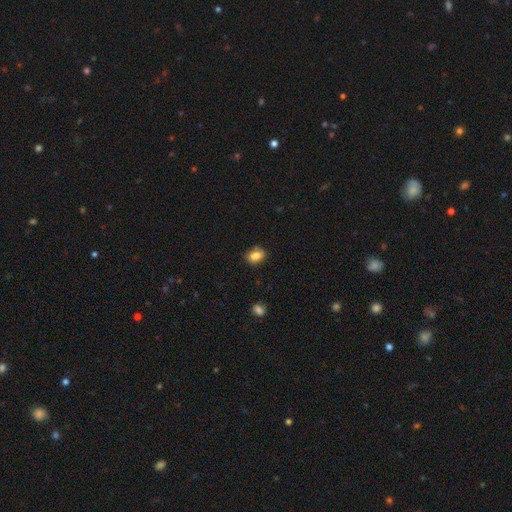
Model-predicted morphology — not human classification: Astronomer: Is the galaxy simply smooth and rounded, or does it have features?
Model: smooth — 84%.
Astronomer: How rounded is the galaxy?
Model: in between — 75%.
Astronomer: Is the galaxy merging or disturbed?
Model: none — 81%.